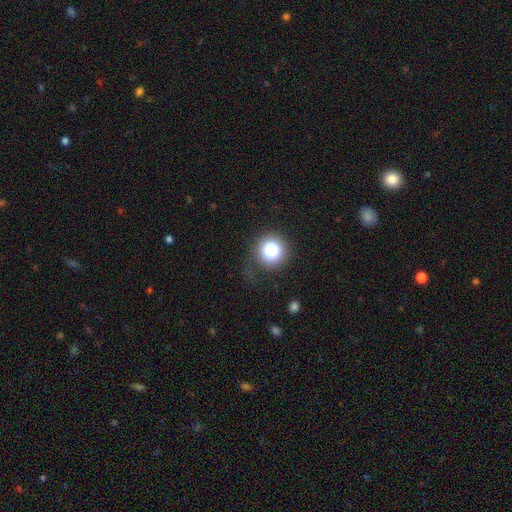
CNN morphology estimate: A smooth galaxy with no disk features (64%) that is round (93%).

Vote fractions:
- Smooth or featured? smooth: 64% / star or artifact: 28% / featured or disk: 8%
- How rounded? round: 93% / in between: 6% / cigar-shaped: 1%
- Merging? none: 82% / minor disturbance: 11% / major disturbance: 6% / merger: 2%